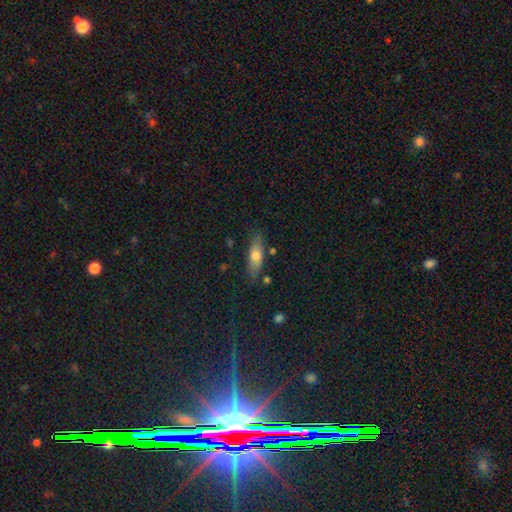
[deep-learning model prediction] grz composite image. It shows a smooth galaxy with no disk features (66%) that is in between round and cigar-shaped (57%). Merging: none (79%).